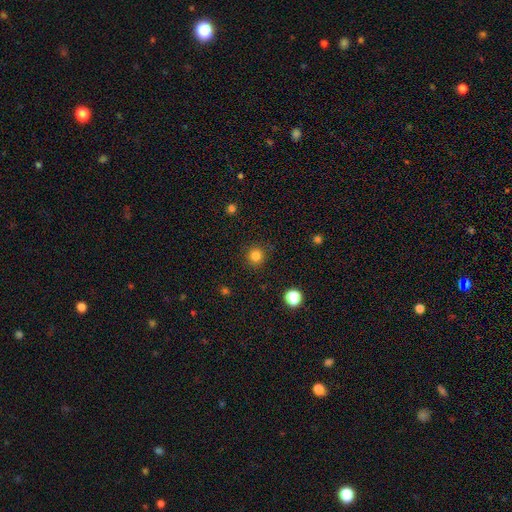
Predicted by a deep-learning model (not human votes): A smooth galaxy with no disk features (83%) that is round (93%). Merging: none (89%).